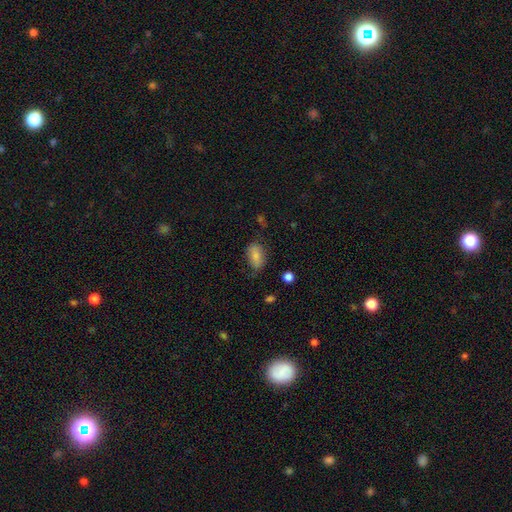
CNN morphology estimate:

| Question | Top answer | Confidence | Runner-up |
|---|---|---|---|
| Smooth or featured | smooth | 81% | featured or disk (11%) |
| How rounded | in between | 90% | round (7%) |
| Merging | none | 68% | minor disturbance (23%) |